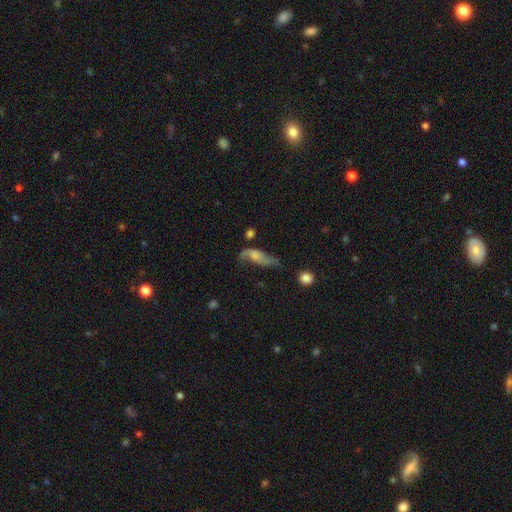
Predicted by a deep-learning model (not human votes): A featured or disk galaxy (48%).

Vote fractions:
- Smooth or featured? featured or disk: 48% / smooth: 44% / star or artifact: 9%
- Merging? none: 33% / major disturbance: 30% / minor disturbance: 30% / merger: 7%